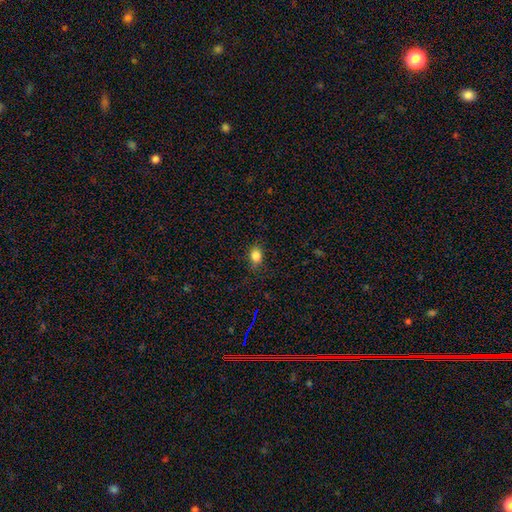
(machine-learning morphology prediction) smooth-or-featured: smooth: 82% | star or artifact: 12% | featured or disk: 6%
  how-rounded: in between: 57% | round: 41% | cigar-shaped: 2%
  merging: none: 81% | minor disturbance: 14% | major disturbance: 4% | merger: 1%